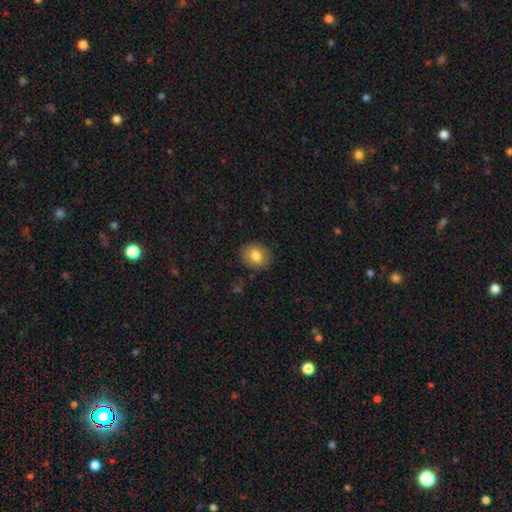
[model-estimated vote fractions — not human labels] Overall: smooth (79%). How rounded: round (51%; in between 48%). Merging: none (87%).